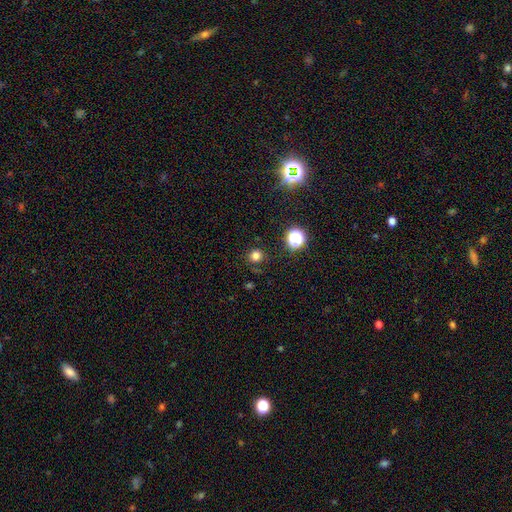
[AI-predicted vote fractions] A smooth galaxy with no disk features (77%) that is round (92%). Merging: none (86%).